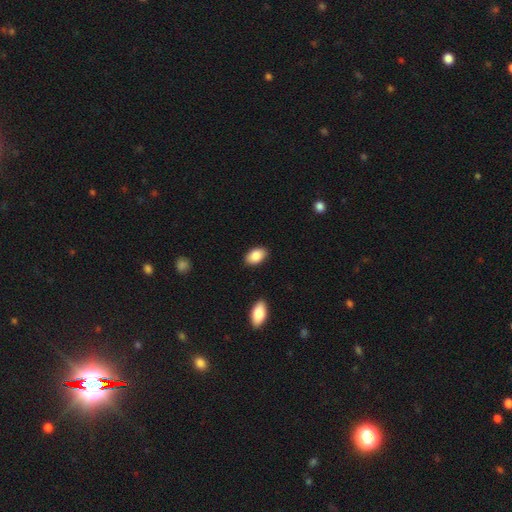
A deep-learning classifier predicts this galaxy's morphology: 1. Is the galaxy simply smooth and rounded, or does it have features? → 87% smooth, 6% star or artifact, 6% featured or disk.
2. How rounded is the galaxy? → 92% in between, 6% round, 1% cigar-shaped.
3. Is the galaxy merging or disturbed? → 88% none, 8% minor disturbance, 2% major disturbance, 2% merger.